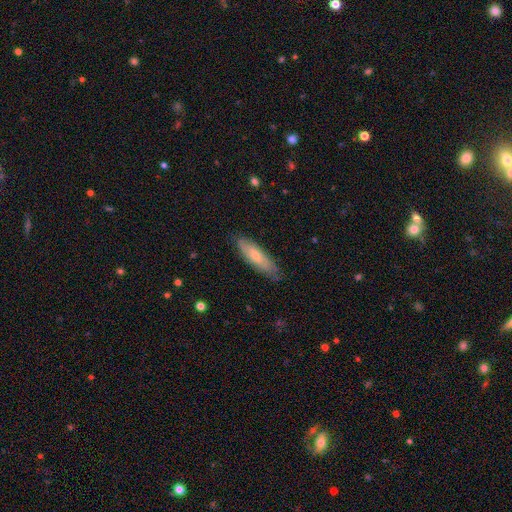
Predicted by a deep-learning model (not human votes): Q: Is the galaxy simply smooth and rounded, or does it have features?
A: smooth — 59%.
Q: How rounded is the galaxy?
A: cigar-shaped — 56%.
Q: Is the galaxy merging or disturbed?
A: none — 77%.